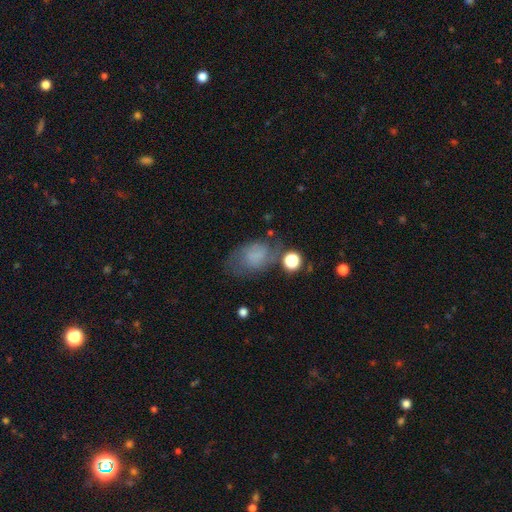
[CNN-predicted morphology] A smooth galaxy with no disk features (58%) that is in between round and cigar-shaped (76%). Merging: none (49%).